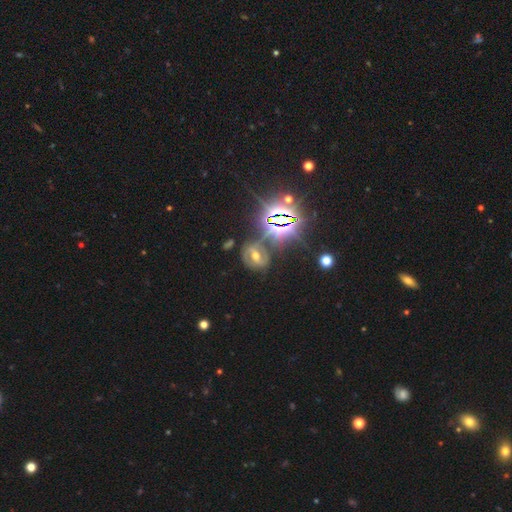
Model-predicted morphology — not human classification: smooth_or_featured: featured or disk (p=0.43) [alt: star or artifact p=0.38]
merging: none (p=0.67) [alt: minor disturbance p=0.17]